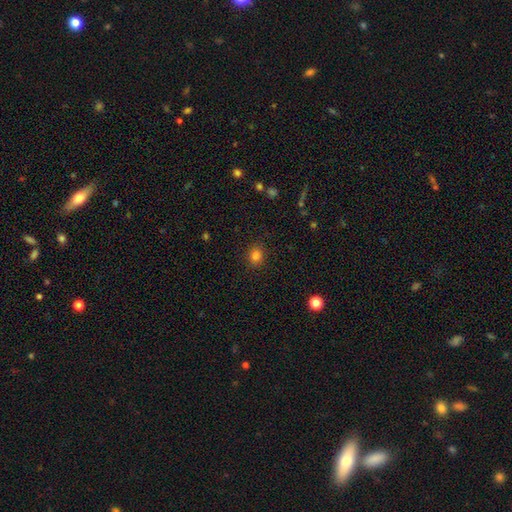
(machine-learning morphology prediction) smooth 82%, star or artifact 13%, featured or disk 5%. Down the decision tree: how rounded — round (69%); merging — none (89%).